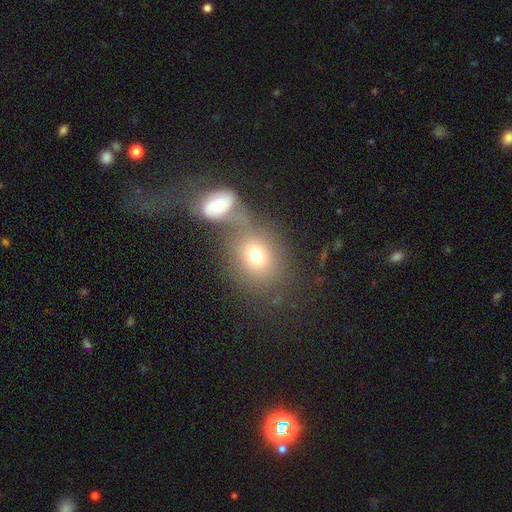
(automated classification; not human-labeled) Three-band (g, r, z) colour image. It shows a smooth galaxy with no disk features (72%) that is round (58%). Merging: none (47%).